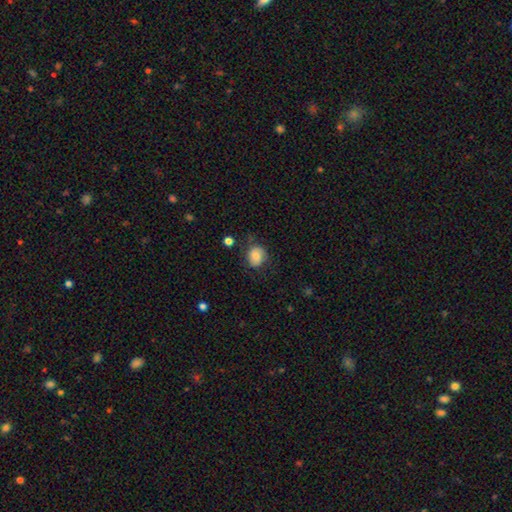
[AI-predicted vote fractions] Morphology: type=smooth (73%); roundness=round (66%); merging=none (63%).